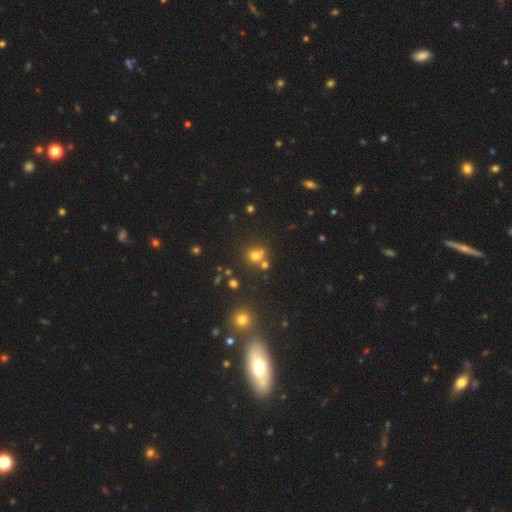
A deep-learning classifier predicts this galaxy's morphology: A smooth galaxy with no disk features (65%) that is round (82%). Merging: none (58%).